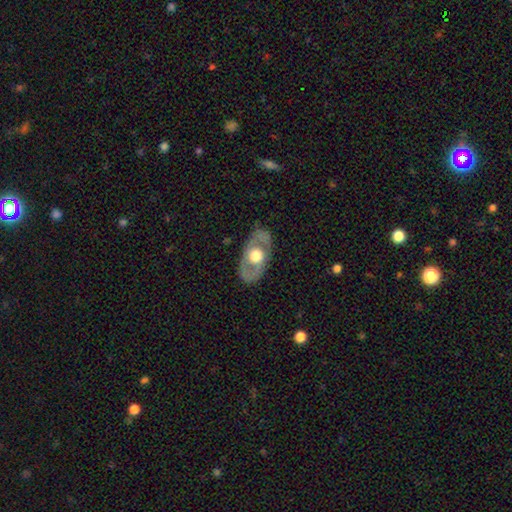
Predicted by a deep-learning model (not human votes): This appears to be a featured or disk galaxy (59%) with no bar (87%), no spiral arms (78%) and a moderate central bulge (48%). Merging: none (80%).